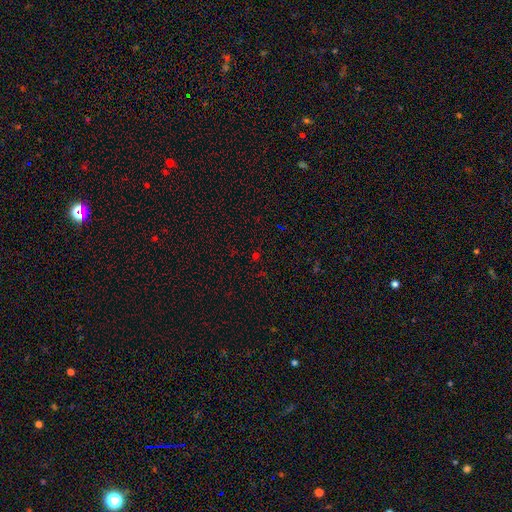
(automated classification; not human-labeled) smooth-or-featured: star or artifact: 61% | smooth: 32% | featured or disk: 8%